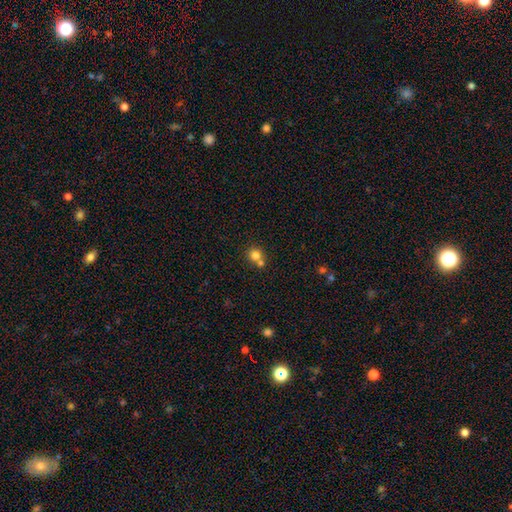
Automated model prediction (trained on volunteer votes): Q: Smooth or featured?
A: smooth (79%); runner-up: star or artifact (12%)
Q: How rounded?
A: round (88%); runner-up: in between (11%)
Q: Merging?
A: none (50%); runner-up: merger (42%)